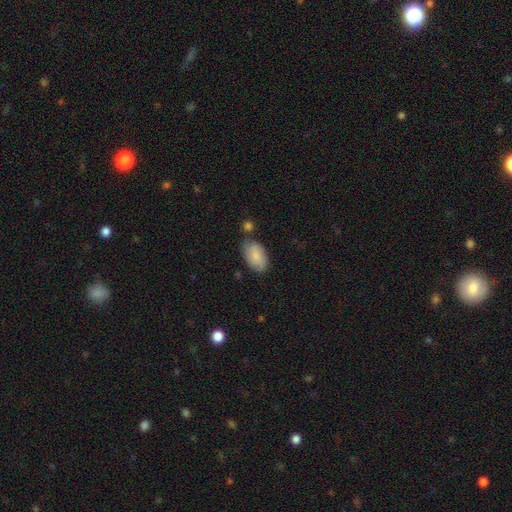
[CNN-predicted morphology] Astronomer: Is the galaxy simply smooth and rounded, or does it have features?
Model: smooth — 78%.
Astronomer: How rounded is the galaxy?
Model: in between — 94%.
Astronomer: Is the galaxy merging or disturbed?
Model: none — 67%.